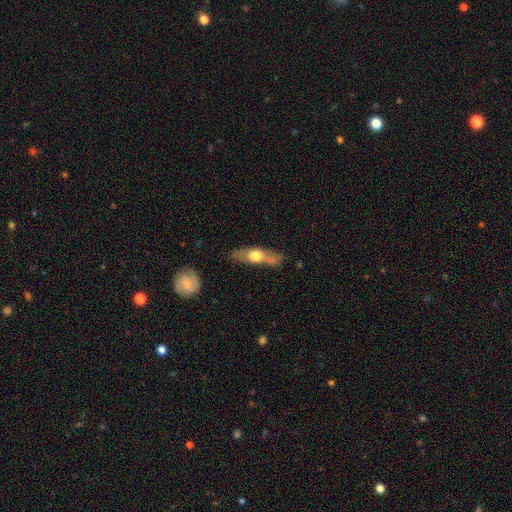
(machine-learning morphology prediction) A featured or disk galaxy (53%) viewed edge-on (75%).

Vote fractions:
- Smooth or featured? featured or disk: 53% / smooth: 41% / star or artifact: 6%
- Edge-on disk? yes: 75% / no: 25%
- Merging? none: 74% / minor disturbance: 17% / major disturbance: 5% / merger: 4%